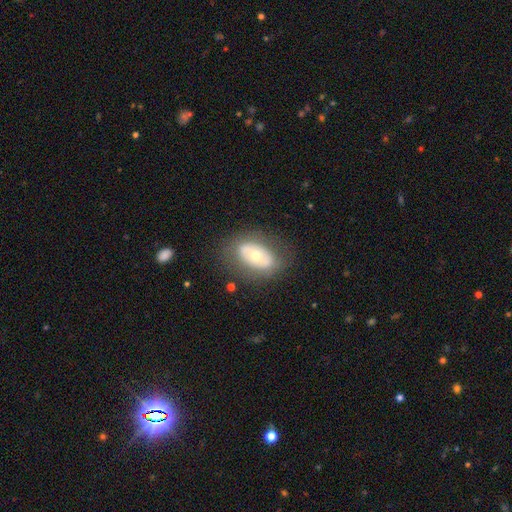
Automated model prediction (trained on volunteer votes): A featured or disk galaxy (47%).

Vote fractions:
- Smooth or featured? featured or disk: 47% / smooth: 46% / star or artifact: 7%
- Merging? none: 75% / minor disturbance: 15% / major disturbance: 8% / merger: 2%